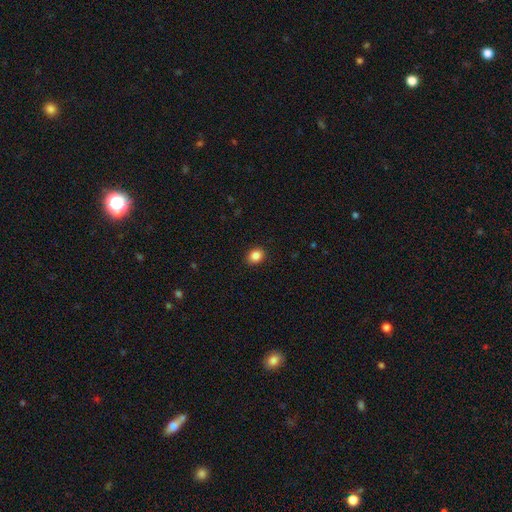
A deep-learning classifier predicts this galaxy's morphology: Smooth or featured? Predicted: smooth (p=0.86). How rounded? Predicted: in between (p=0.50). Merging? Predicted: none (p=0.91).